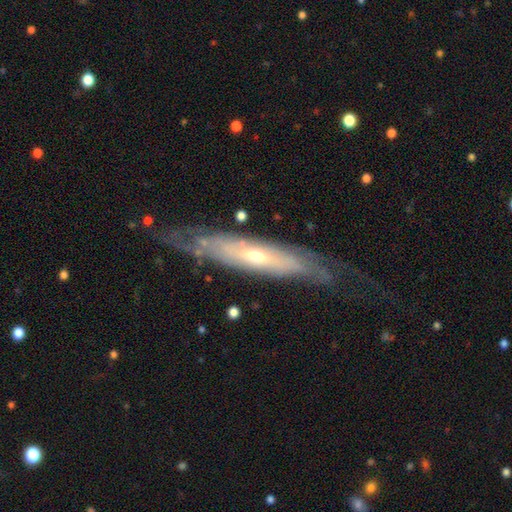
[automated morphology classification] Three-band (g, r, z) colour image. It shows a featured or disk galaxy (80%). Merging: none (67%).